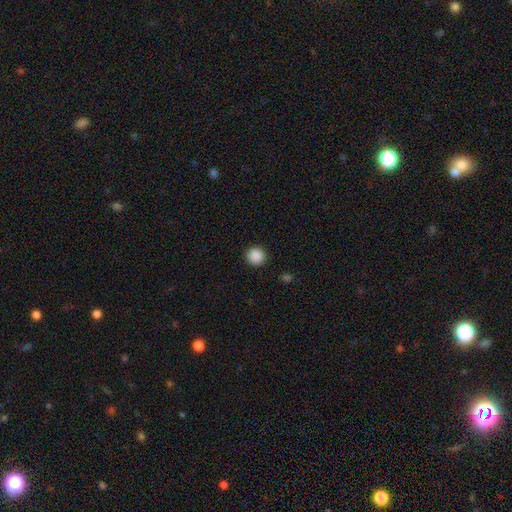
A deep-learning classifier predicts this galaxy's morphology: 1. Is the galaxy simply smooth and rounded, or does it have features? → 88% smooth, 9% star or artifact, 2% featured or disk.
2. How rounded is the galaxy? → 95% round, 4% in between, 1% cigar-shaped.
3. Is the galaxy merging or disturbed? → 92% none, 5% minor disturbance, 2% major disturbance, 1% merger.